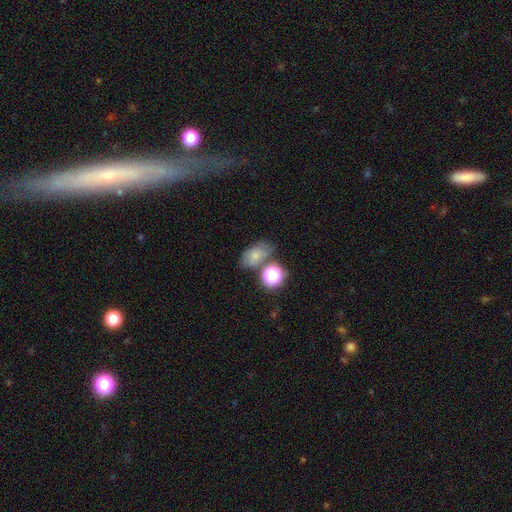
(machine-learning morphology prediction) smooth-or-featured: smooth: 67% | featured or disk: 18% | star or artifact: 16%
  how-rounded: in between: 79% | round: 20% | cigar-shaped: 2%
  merging: none: 54% | minor disturbance: 20% | merger: 18% | major disturbance: 8%